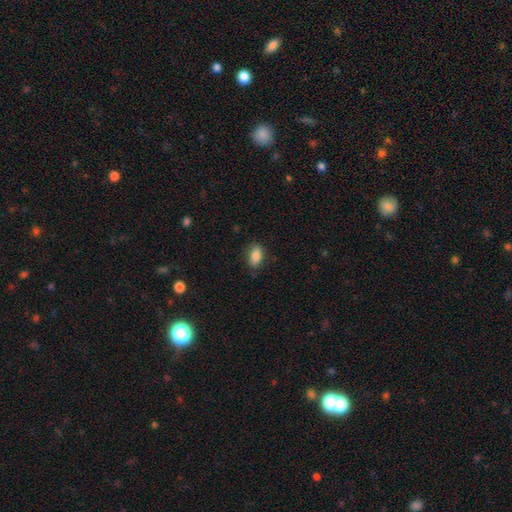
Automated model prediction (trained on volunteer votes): The model was most divided on "merging": none: 80%, minor disturbance: 15%, major disturbance: 3%, merger: 1%. More confident: how rounded — in between (87%); smooth or featured — smooth (84%).